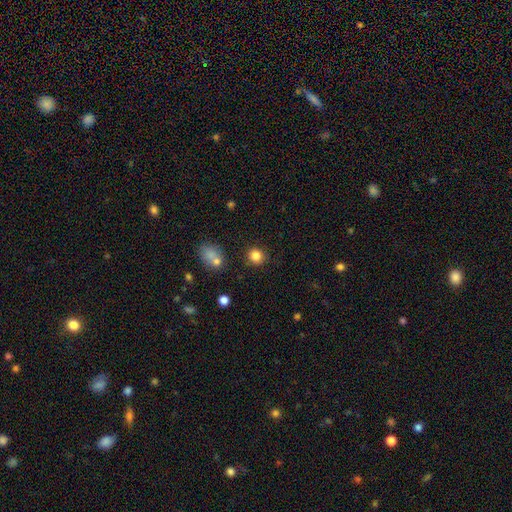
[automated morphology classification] Smooth or featured?
  - smooth: 84% *
  - star or artifact: 12%
  - featured or disk: 5%
How rounded?
  - round: 88% *
  - in between: 11%
  - cigar-shaped: 1%
Merging?
  - none: 86% *
  - minor disturbance: 8%
  - merger: 4%
  - major disturbance: 3%